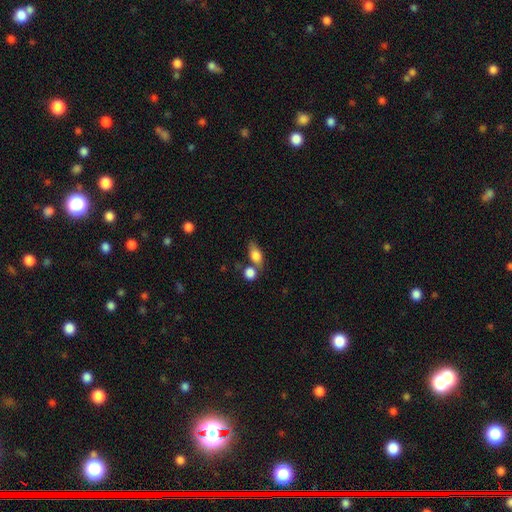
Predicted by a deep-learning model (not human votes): The model was most divided on "merging": none: 51%, merger: 27%, minor disturbance: 16%, major disturbance: 6%. More confident: smooth or featured — smooth (77%); how rounded — in between (74%).